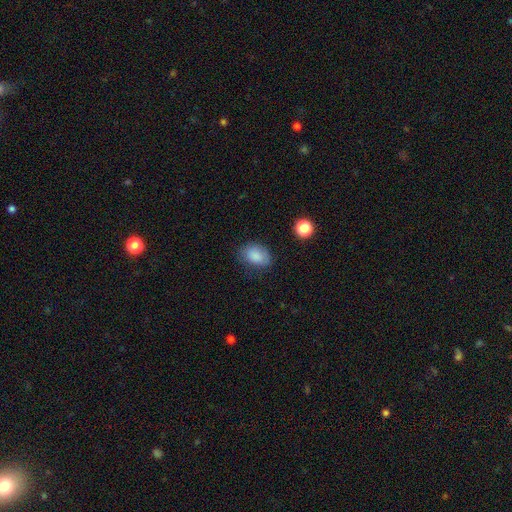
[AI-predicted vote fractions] Smooth or featured?
  - smooth: 86% *
  - star or artifact: 8%
  - featured or disk: 5%
How rounded?
  - in between: 84% *
  - round: 15%
  - cigar-shaped: 1%
Merging?
  - none: 74% *
  - minor disturbance: 19%
  - major disturbance: 5%
  - merger: 2%